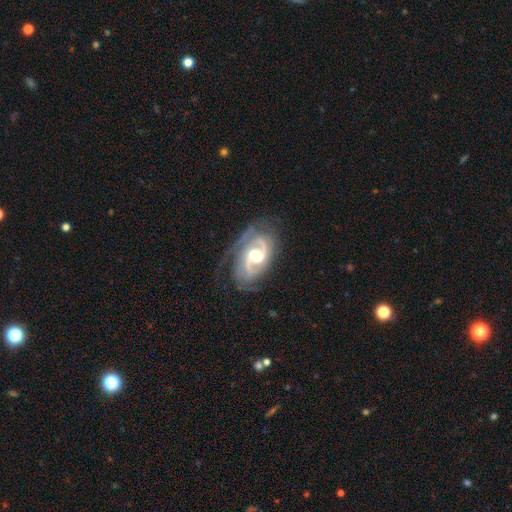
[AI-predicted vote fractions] Morphology: type=featured or disk (91%); edge-on=no (98%); bar=weak (49%); spiral arms=yes (98%); winding=medium (51%); arm count=2 (80%); bulge=moderate (63%); merging=none (65%).